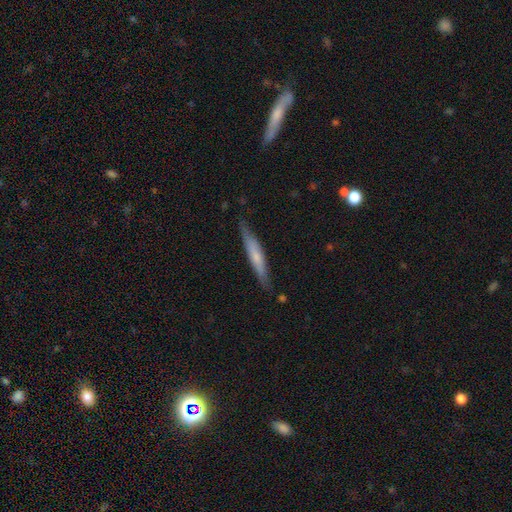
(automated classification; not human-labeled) This is possibly a smooth galaxy (54%). How rounded: clearly cigar-shaped (93%). Merging: clearly none (81%).